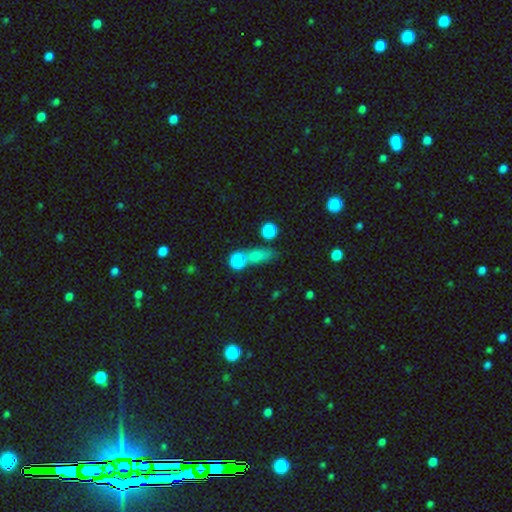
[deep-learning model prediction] A smooth galaxy with no disk features (69%) that is in between round and cigar-shaped (46%).

Vote fractions:
- Smooth or featured? smooth: 69% / star or artifact: 21% / featured or disk: 10%
- How rounded? in between: 46% / round: 37% / cigar-shaped: 17%
- Merging? none: 51% / merger: 25% / minor disturbance: 15% / major disturbance: 9%